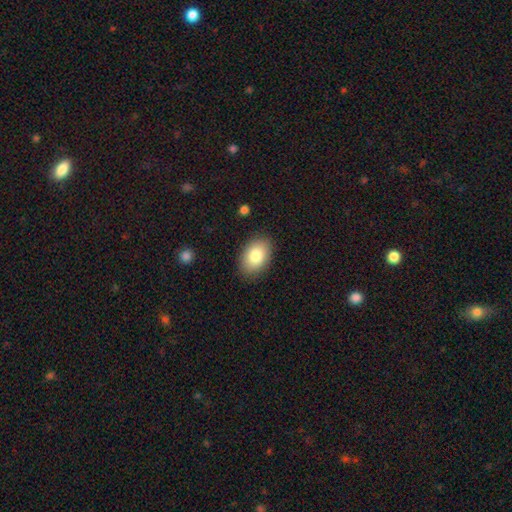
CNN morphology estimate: This appears to be a smooth galaxy with no disk features (83%) that is in between round and cigar-shaped (87%). Merging: none (87%).